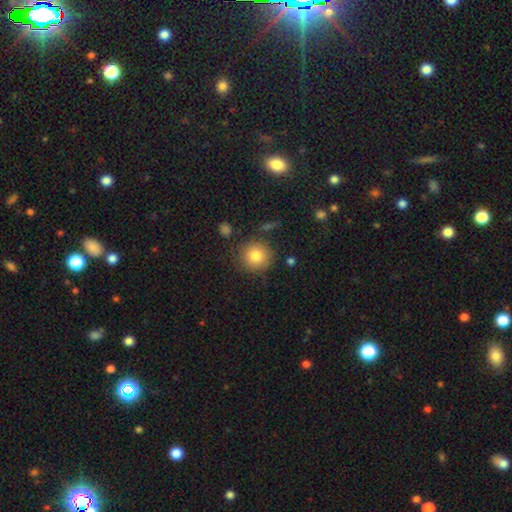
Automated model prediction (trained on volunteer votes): Morphology: type=smooth (82%); roundness=round (92%); merging=none (84%).